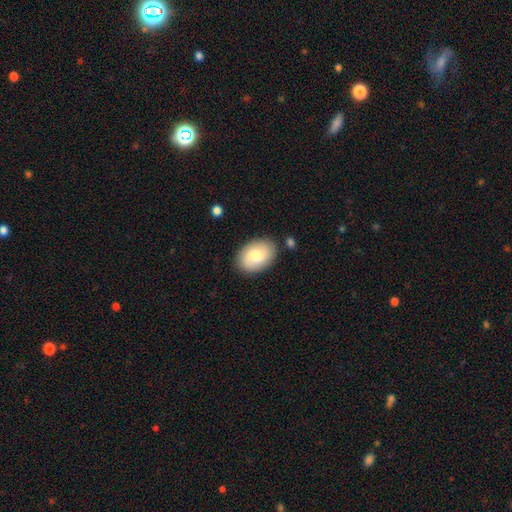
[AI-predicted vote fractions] A smooth galaxy with no disk features (72%) that is in between round and cigar-shaped (84%).

Vote fractions:
- Smooth or featured? smooth: 72% / featured or disk: 22% / star or artifact: 6%
- How rounded? in between: 84% / round: 15% / cigar-shaped: 1%
- Merging? none: 84% / minor disturbance: 11% / major disturbance: 3% / merger: 2%